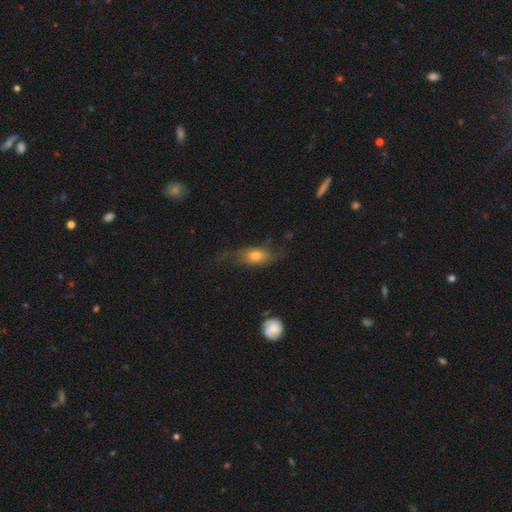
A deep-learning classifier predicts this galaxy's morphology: This is possibly a smooth galaxy (54%). How rounded: likely in between (71%). Merging: marginally none (45%).